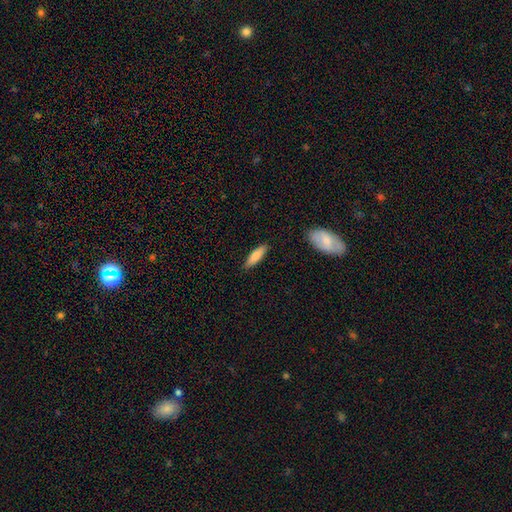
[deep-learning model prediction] This is likely a smooth galaxy (78%). How rounded: likely cigar-shaped (64%). Merging: clearly none (86%).